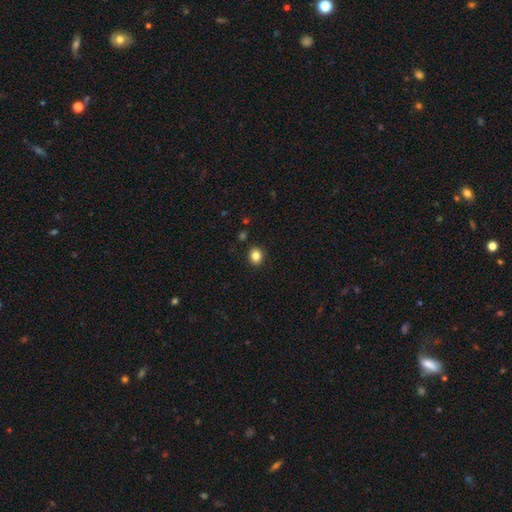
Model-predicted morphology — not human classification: Smooth or featured: smooth — 84% (star or artifact — 10%)
How rounded: round — 63% (in between — 36%)
Merging: none — 90% (minor disturbance — 6%)